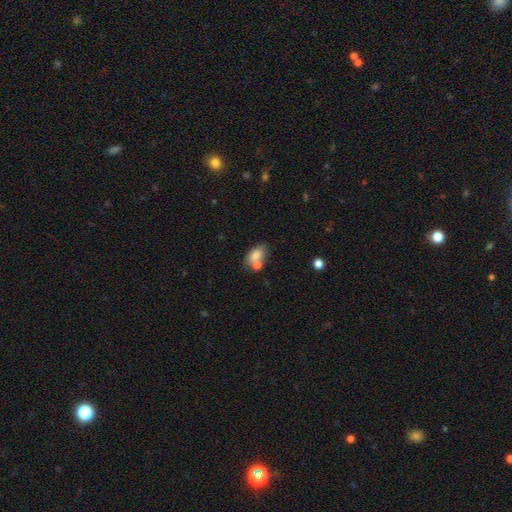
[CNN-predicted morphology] Smooth or featured: smooth — 78% (featured or disk — 13%)
How rounded: in between — 86% (round — 10%)
Merging: none — 46% (merger — 34%)